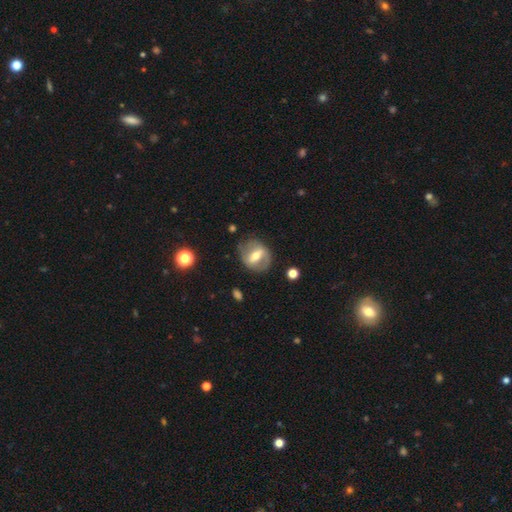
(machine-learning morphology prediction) type=featured or disk (63%); edge-on=no (89%); bar=strong (56%); spiral arms=no (59%); bulge=moderate (66%); merging=none (75%).